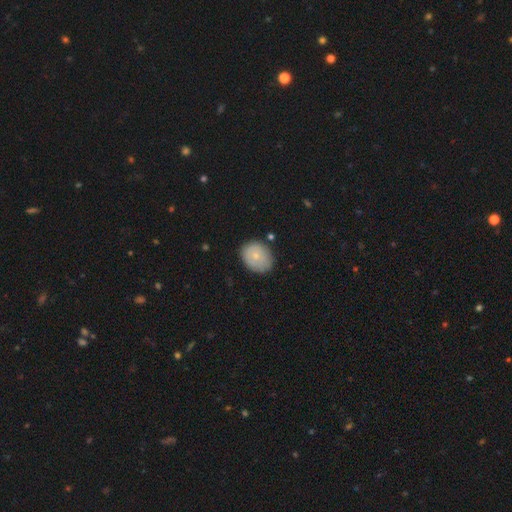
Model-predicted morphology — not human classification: Smooth or featured? Predicted: smooth (p=0.74). How rounded? Predicted: round (p=0.51). Merging? Predicted: none (p=0.74).